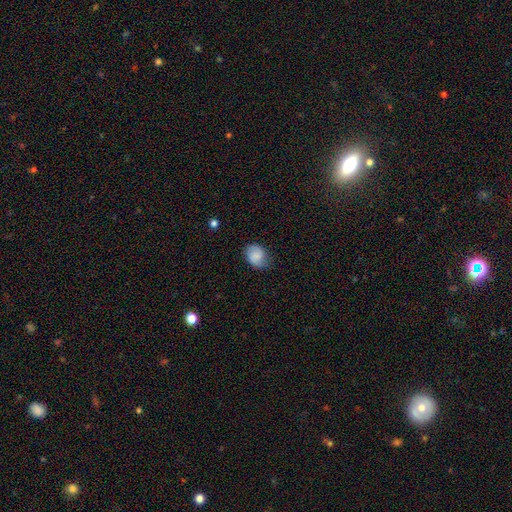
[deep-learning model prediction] Smooth or featured? Predicted: smooth (p=0.69). How rounded? Predicted: in between (p=0.56). Merging? Predicted: none (p=0.70).